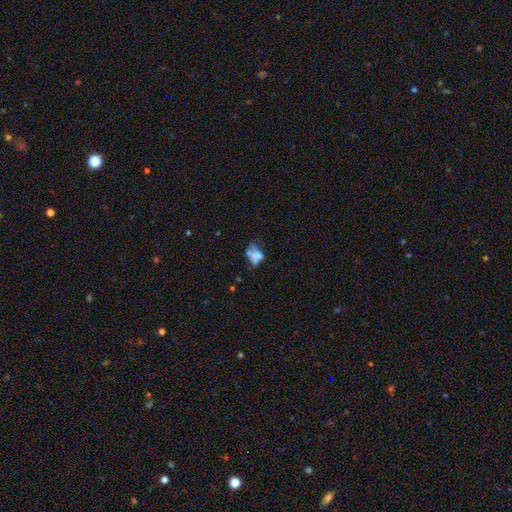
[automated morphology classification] This is possibly a smooth galaxy (53%). How rounded: likely in between (76%). Merging: marginally none (31%).